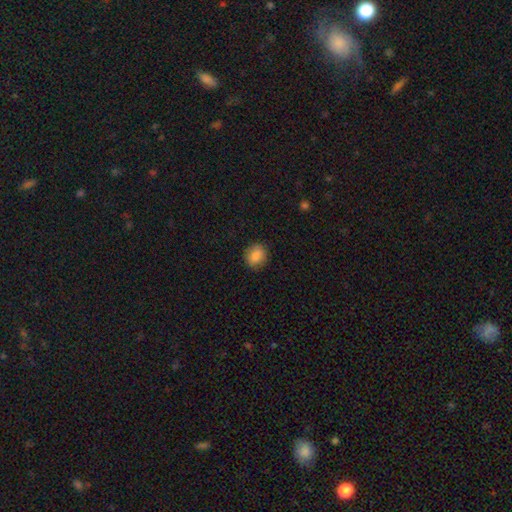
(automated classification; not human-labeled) A smooth galaxy with no disk features (84%) that is round (79%). Merging: none (89%).